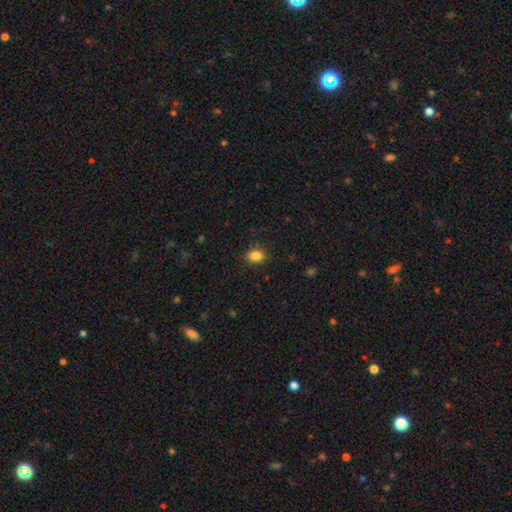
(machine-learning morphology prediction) This is clearly a smooth galaxy (85%). How rounded: likely in between (64%). Merging: clearly none (86%).